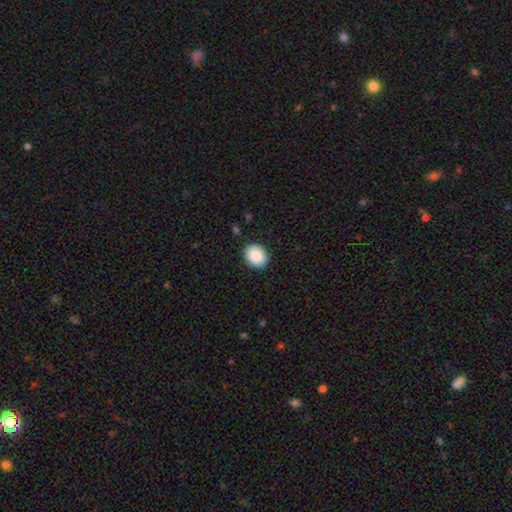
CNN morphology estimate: Q: Smooth or featured?
A: smooth (88%); runner-up: star or artifact (8%)
Q: How rounded?
A: round (59%); runner-up: in between (41%)
Q: Merging?
A: none (90%); runner-up: minor disturbance (7%)